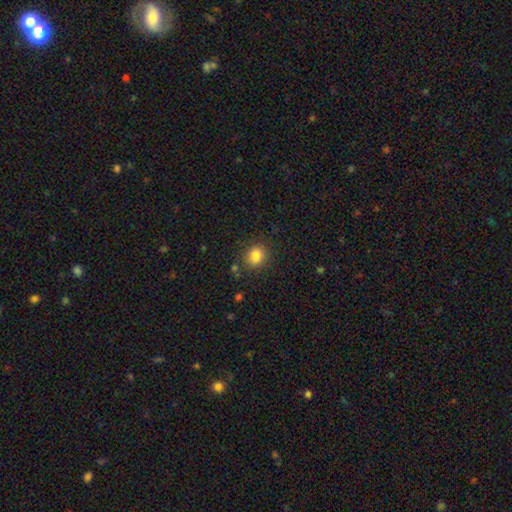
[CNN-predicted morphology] Q: Smooth or featured?
A: smooth (83%); runner-up: star or artifact (11%)
Q: How rounded?
A: round (73%); runner-up: in between (26%)
Q: Merging?
A: none (85%); runner-up: minor disturbance (9%)